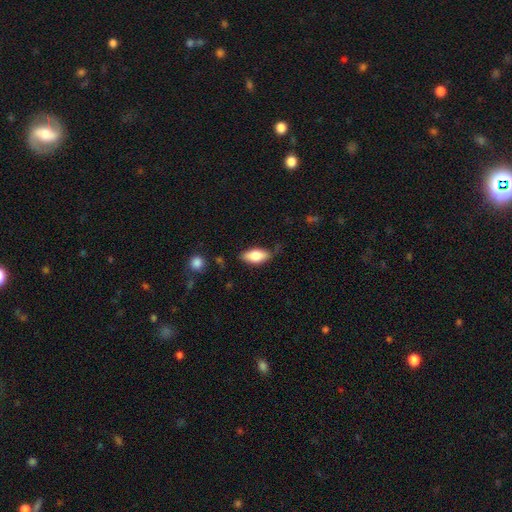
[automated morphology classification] This is likely a smooth galaxy (80%). How rounded: clearly in between (90%). Merging: likely none (72%).